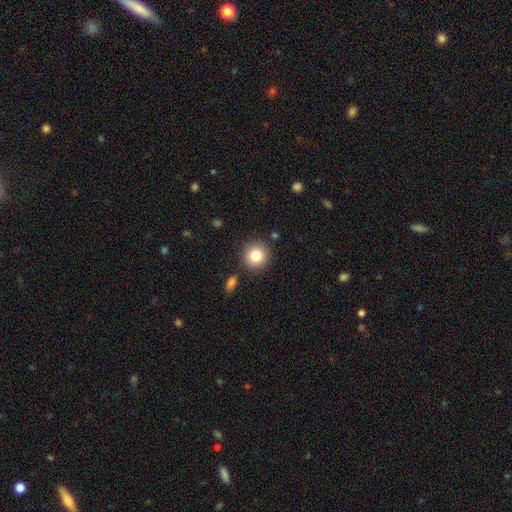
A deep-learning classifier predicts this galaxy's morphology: A smooth galaxy with no disk features (83%) that is round (93%).

Vote fractions:
- Smooth or featured? smooth: 83% / star or artifact: 9% / featured or disk: 8%
- How rounded? round: 93% / in between: 6% / cigar-shaped: 1%
- Merging? none: 85% / minor disturbance: 8% / merger: 4% / major disturbance: 3%